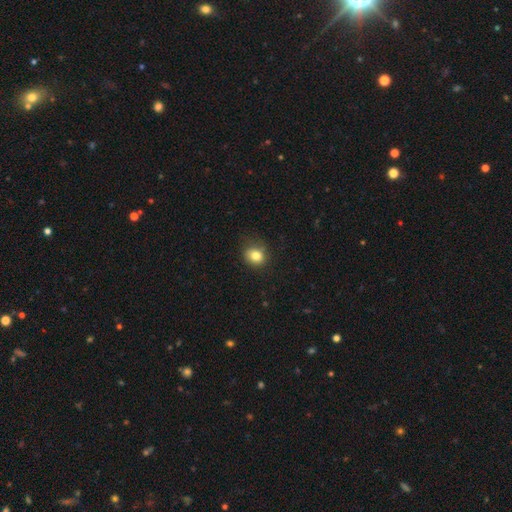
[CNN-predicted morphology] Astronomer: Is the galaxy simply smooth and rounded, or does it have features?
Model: smooth — 81%.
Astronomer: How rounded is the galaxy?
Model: round — 71%.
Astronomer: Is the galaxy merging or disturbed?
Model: none — 76%.